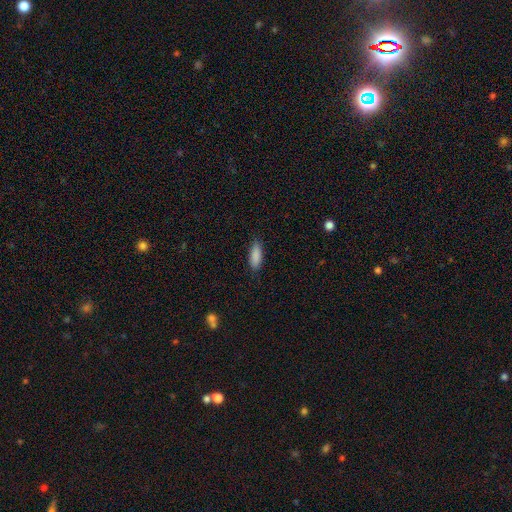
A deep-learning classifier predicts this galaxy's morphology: Smooth or featured?
  - smooth: 88% *
  - star or artifact: 7%
  - featured or disk: 5%
How rounded?
  - in between: 65% *
  - cigar-shaped: 34%
  - round: 2%
Merging?
  - none: 83% *
  - minor disturbance: 13%
  - major disturbance: 2%
  - merger: 1%